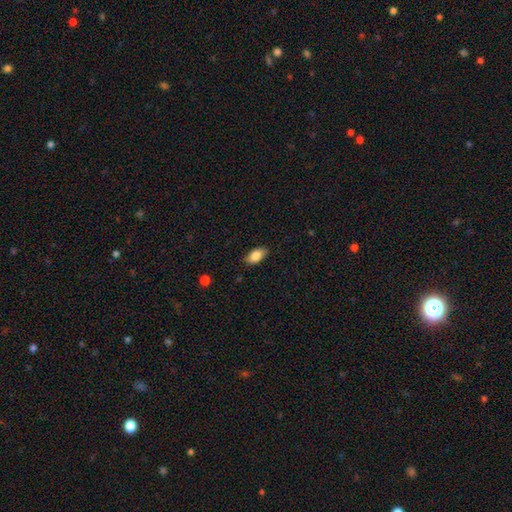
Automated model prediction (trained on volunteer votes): Morphology: type=smooth (85%); roundness=in between (92%); merging=none (84%).